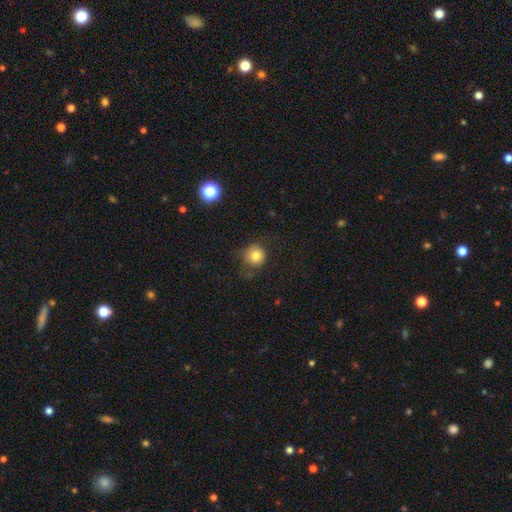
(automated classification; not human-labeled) Q: Smooth or featured?
A: smooth (80%); runner-up: star or artifact (11%)
Q: How rounded?
A: round (91%); runner-up: in between (8%)
Q: Merging?
A: none (70%); runner-up: minor disturbance (20%)